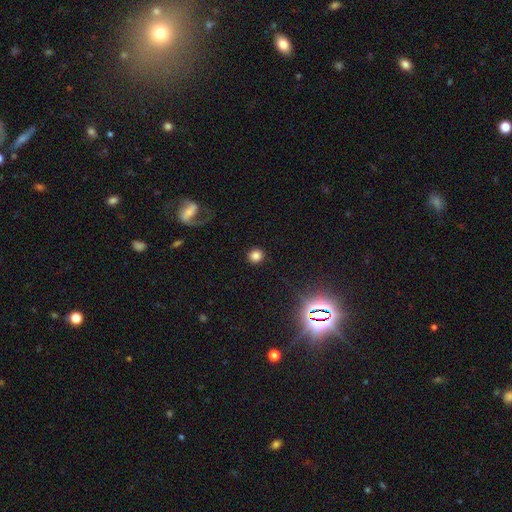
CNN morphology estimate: smooth_or_featured: smooth (p=0.79) [alt: star or artifact p=0.15]
how_rounded: round (p=0.91) [alt: in between p=0.08]
merging: none (p=0.91) [alt: minor disturbance p=0.05]